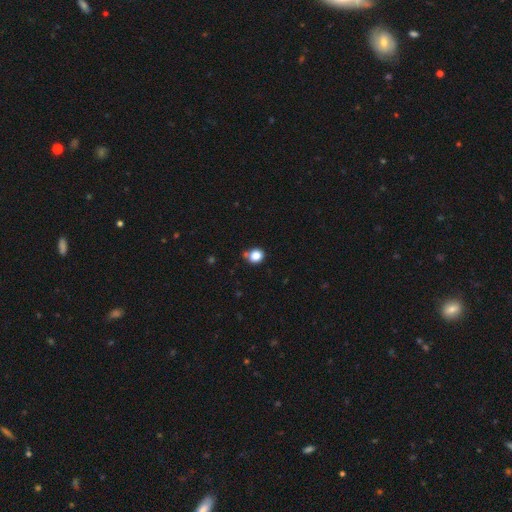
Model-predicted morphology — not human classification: smooth_or_featured: smooth (p=0.84) [alt: star or artifact p=0.11]
how_rounded: round (p=0.78) [alt: in between p=0.21]
merging: none (p=0.71) [alt: minor disturbance p=0.16]